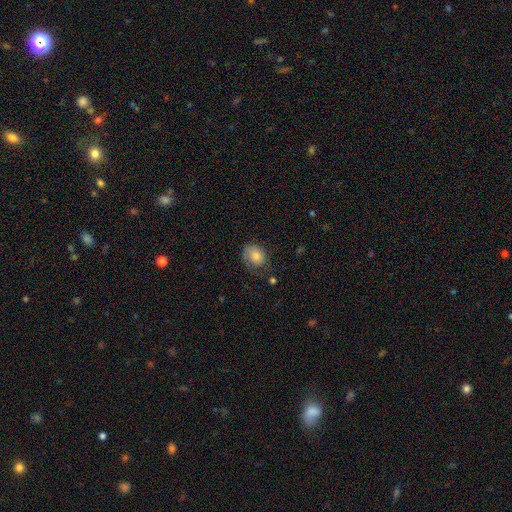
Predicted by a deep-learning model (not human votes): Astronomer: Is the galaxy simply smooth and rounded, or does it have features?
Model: smooth — 73%.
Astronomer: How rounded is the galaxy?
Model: in between — 55% (runner-up: round, 44%).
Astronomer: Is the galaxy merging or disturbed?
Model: none — 55%.